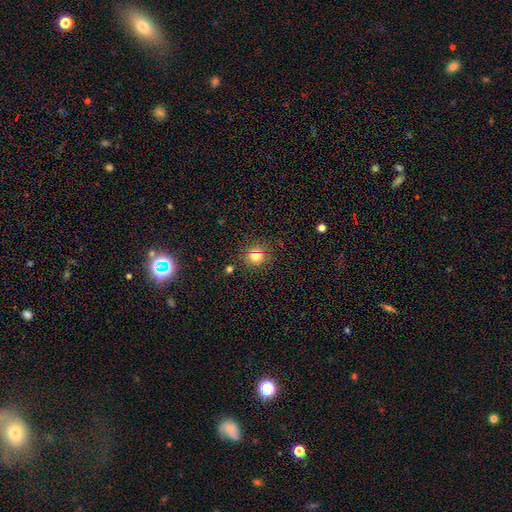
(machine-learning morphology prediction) This is likely a smooth galaxy (74%). How rounded: clearly round (88%). Merging: clearly none (86%).